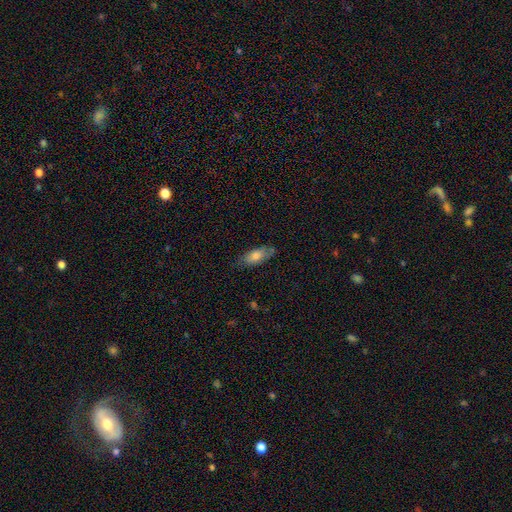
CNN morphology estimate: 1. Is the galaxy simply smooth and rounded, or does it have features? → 71% smooth, 22% featured or disk, 7% star or artifact.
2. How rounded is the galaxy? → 77% in between, 21% cigar-shaped, 3% round.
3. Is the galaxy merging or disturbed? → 73% none, 20% minor disturbance, 4% major disturbance, 2% merger.